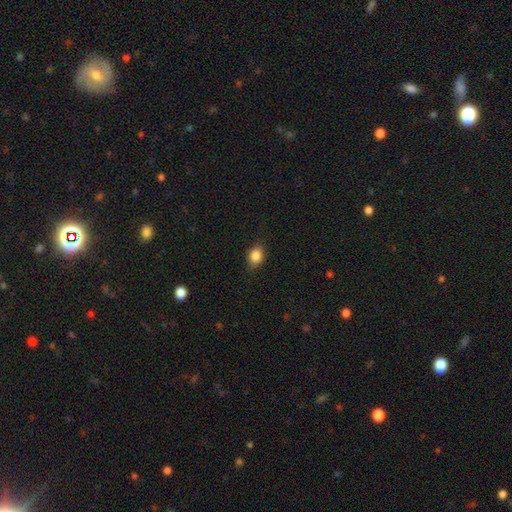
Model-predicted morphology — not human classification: type=smooth (85%); roundness=in between (62%); merging=none (85%).